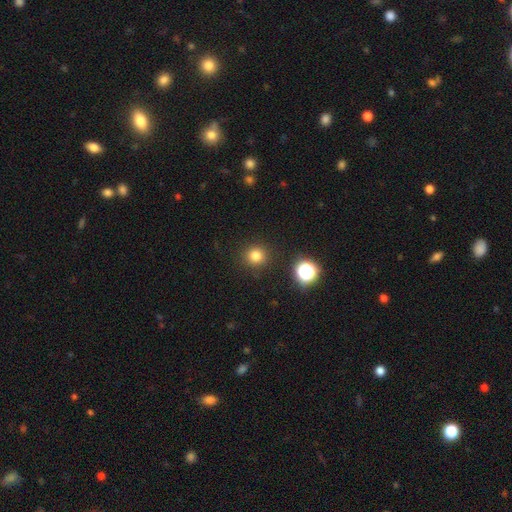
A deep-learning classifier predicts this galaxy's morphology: Q: Smooth or featured?
A: smooth (79%); runner-up: star or artifact (16%)
Q: How rounded?
A: round (93%); runner-up: in between (6%)
Q: Merging?
A: none (90%); runner-up: minor disturbance (6%)